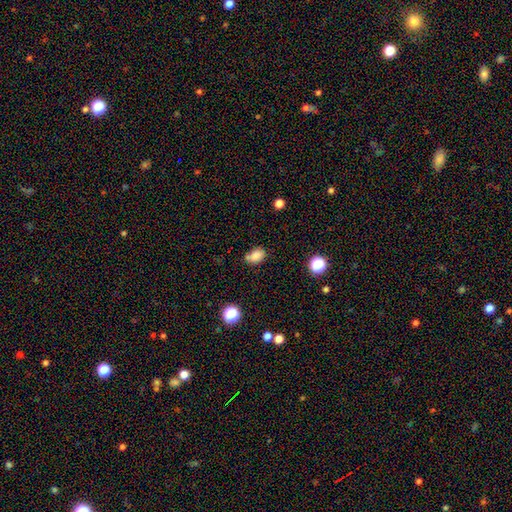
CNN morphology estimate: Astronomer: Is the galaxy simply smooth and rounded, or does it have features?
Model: smooth — 82%.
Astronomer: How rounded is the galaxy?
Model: in between — 79%.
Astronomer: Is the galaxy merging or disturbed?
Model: none — 64%.